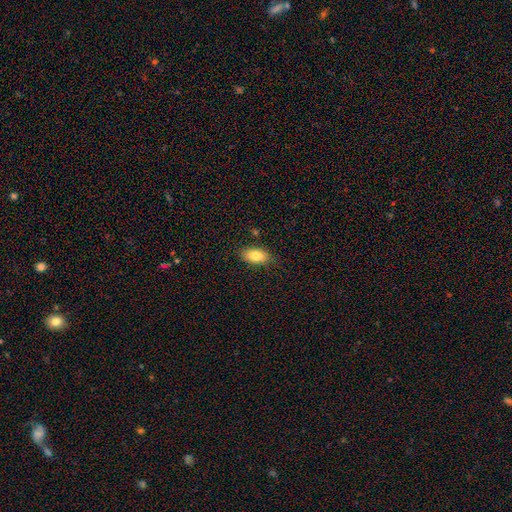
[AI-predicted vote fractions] Smooth or featured: smooth — 81% (featured or disk — 11%)
How rounded: in between — 90% (round — 5%)
Merging: none — 83% (minor disturbance — 13%)